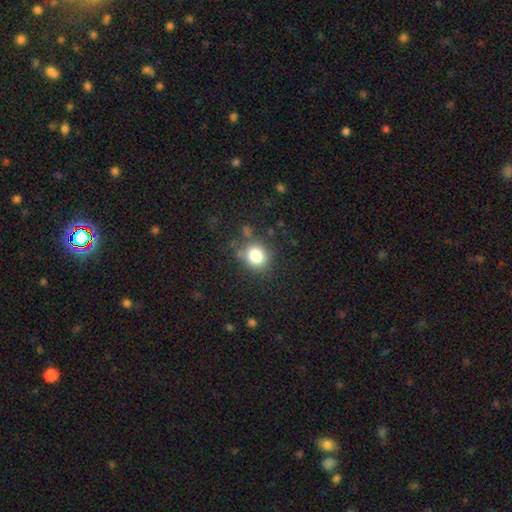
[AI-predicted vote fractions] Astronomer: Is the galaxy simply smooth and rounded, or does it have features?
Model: smooth — 81%.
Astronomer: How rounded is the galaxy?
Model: round — 81%.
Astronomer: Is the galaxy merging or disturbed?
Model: none — 76%.